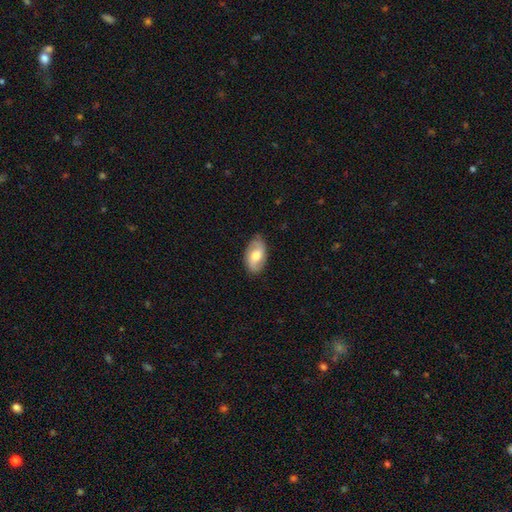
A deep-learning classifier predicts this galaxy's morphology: This appears to be a smooth galaxy with no disk features (55%) that is in between round and cigar-shaped (93%). Merging: none (80%).